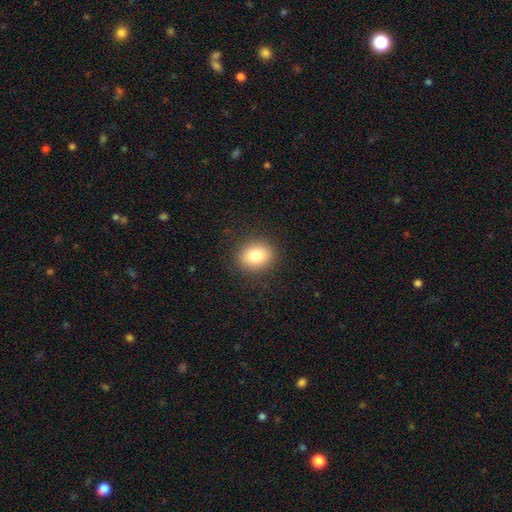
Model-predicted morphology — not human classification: This is clearly a smooth galaxy (81%). How rounded: possibly round (57%). Merging: clearly none (88%).